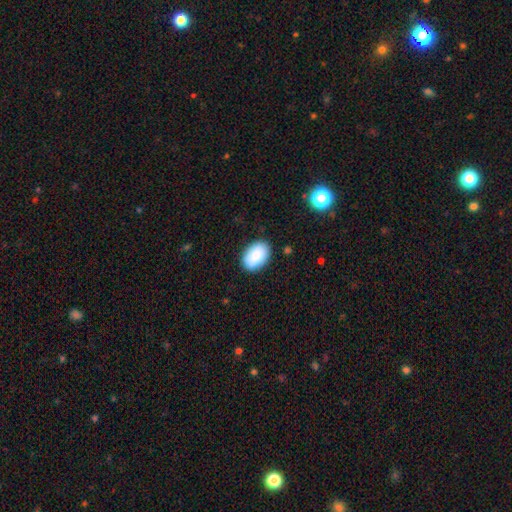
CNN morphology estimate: smooth 87%, featured or disk 7%, star or artifact 6%. Down the decision tree: how rounded — in between (88%); merging — none (85%).